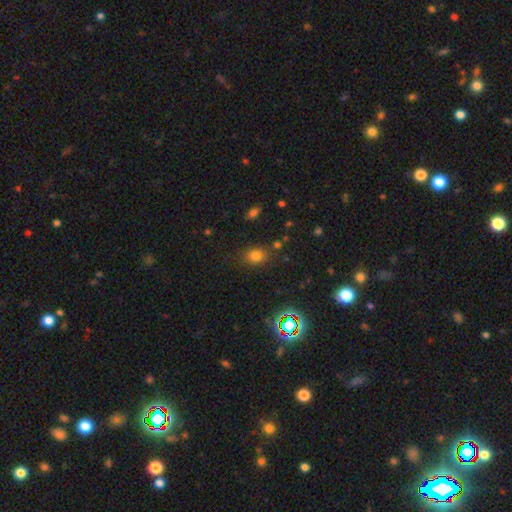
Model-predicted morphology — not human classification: Smooth or featured?
  - smooth: 73% *
  - star or artifact: 19%
  - featured or disk: 8%
How rounded?
  - in between: 53% *
  - round: 46%
  - cigar-shaped: 1%
Merging?
  - none: 78% *
  - minor disturbance: 14%
  - major disturbance: 4%
  - merger: 4%